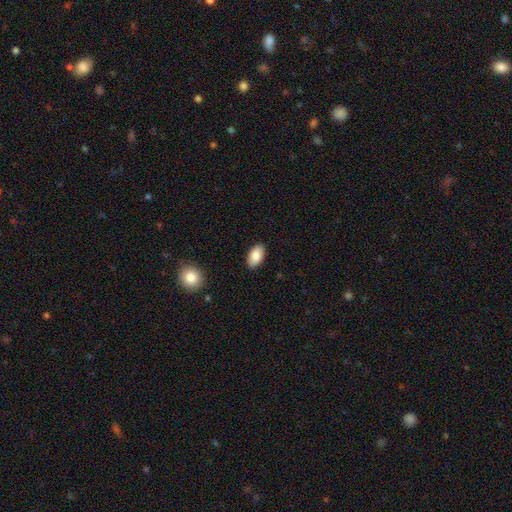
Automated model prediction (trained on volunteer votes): Smooth or featured: smooth — 85% (featured or disk — 8%)
How rounded: in between — 94% (round — 4%)
Merging: none — 88% (minor disturbance — 9%)